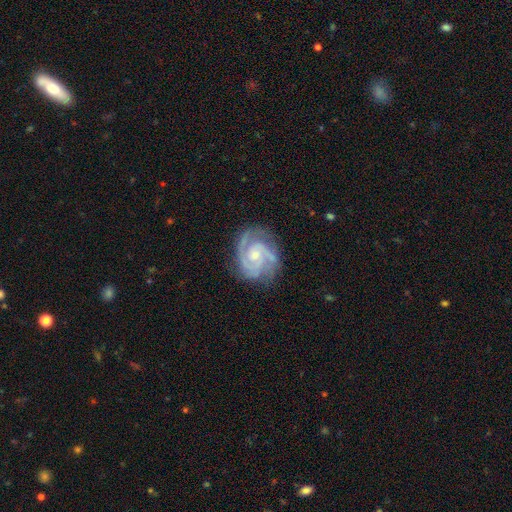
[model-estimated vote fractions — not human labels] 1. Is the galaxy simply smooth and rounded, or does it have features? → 91% featured or disk, 5% smooth, 4% star or artifact.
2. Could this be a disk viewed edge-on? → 98% no, 2% yes.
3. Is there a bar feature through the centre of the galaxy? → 65% no, 29% weak, 6% strong.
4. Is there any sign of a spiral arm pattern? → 98% yes, 2% no.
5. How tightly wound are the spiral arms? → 60% tight, 36% medium, 4% loose.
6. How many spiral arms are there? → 47% 2, 35% 3, 7% can't tell, 4% 4, 3% 1, 3% more than 4.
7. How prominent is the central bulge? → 56% small, 38% moderate, 3% none, 2% large, 1% dominant.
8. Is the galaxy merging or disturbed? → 75% none, 18% minor disturbance, 6% major disturbance, 1% merger.